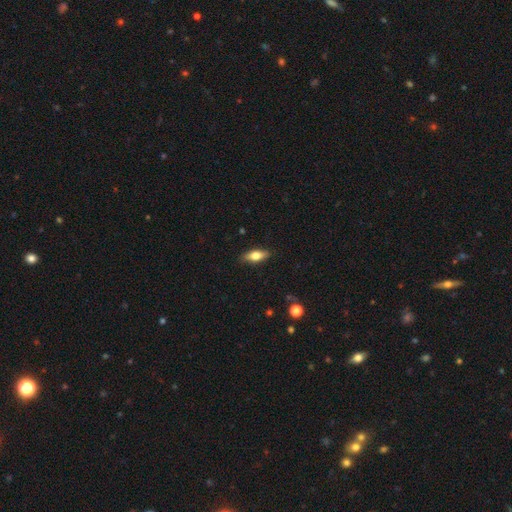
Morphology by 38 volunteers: A smooth galaxy with no disk features (68%) that is in between round and cigar-shaped (73%).

Vote fractions:
- Smooth or featured? smooth: 68% / featured or disk: 26% / star or artifact: 5%
- How rounded? in between: 73% / cigar-shaped: 19% / round: 8%
- Merging? none: 94% / minor disturbance: 3% / merger: 3% / major disturbance: 0%